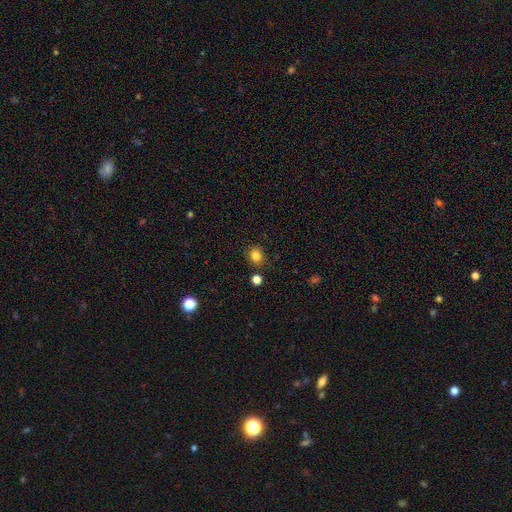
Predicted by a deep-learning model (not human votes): A smooth galaxy with no disk features (83%) that is round (70%). Merging: none (83%).